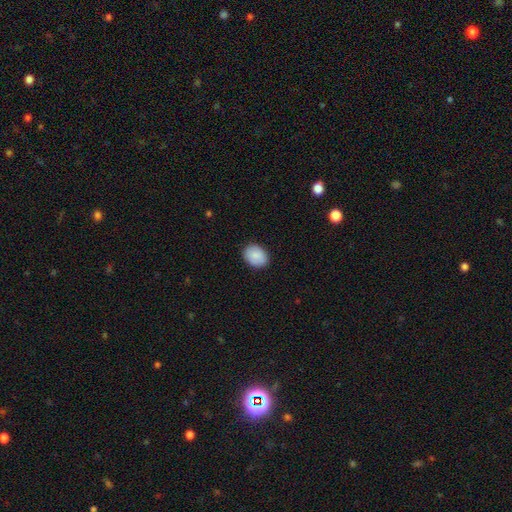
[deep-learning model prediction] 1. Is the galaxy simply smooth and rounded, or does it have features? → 88% smooth, 7% star or artifact, 5% featured or disk.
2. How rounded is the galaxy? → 63% in between, 36% round, 1% cigar-shaped.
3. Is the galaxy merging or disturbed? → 87% none, 10% minor disturbance, 2% major disturbance, 1% merger.